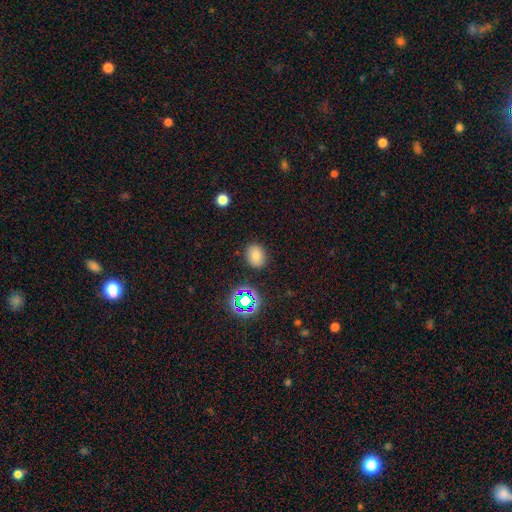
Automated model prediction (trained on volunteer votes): Smooth or featured? smooth (74%)
How rounded? in between (51%)
Merging? none (86%)